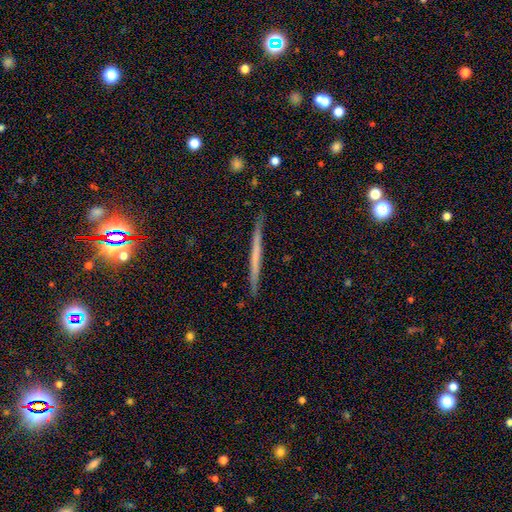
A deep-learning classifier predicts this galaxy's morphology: A featured or disk galaxy (51%) viewed edge-on (97%).

Vote fractions:
- Smooth or featured? featured or disk: 51% / smooth: 40% / star or artifact: 9%
- Edge-on disk? yes: 97% / no: 3%
- Merging? none: 91% / minor disturbance: 7% / major disturbance: 1% / merger: 1%